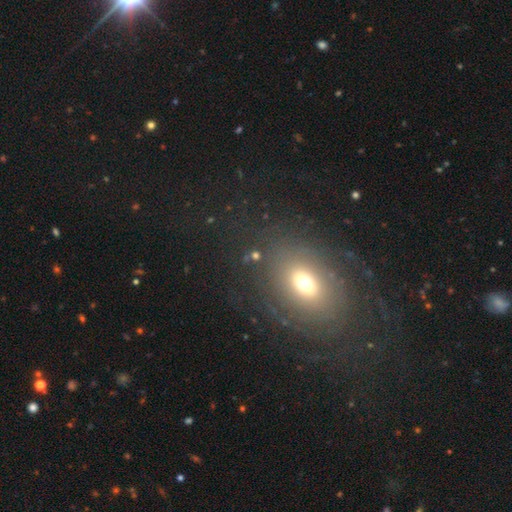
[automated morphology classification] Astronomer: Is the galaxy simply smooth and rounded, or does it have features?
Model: smooth — 52% (runner-up: star or artifact, 30%).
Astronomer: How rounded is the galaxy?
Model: round — 50% (runner-up: in between, 46%).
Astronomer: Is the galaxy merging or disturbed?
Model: none — 77%.